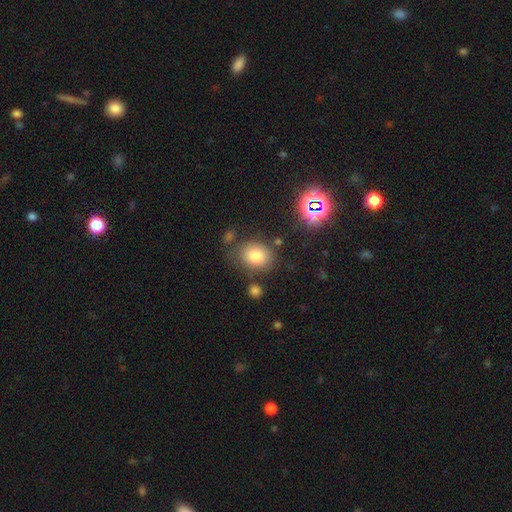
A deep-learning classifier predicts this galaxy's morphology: Smooth or featured?
  - smooth: 78% *
  - star or artifact: 13%
  - featured or disk: 9%
How rounded?
  - round: 58% *
  - in between: 41%
  - cigar-shaped: 1%
Merging?
  - none: 73% *
  - minor disturbance: 15%
  - merger: 7%
  - major disturbance: 5%